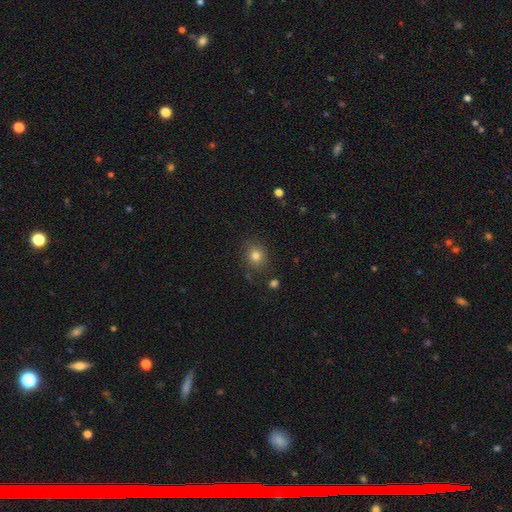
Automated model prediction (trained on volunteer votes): This appears to be a smooth galaxy with no disk features (81%) that is round (74%). Merging: none (83%).